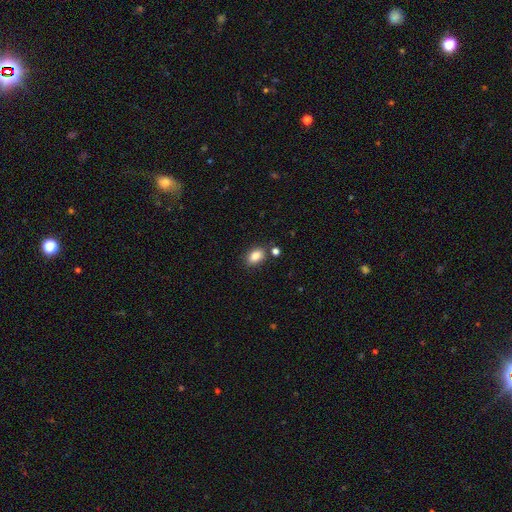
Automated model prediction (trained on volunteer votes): smooth-or-featured: smooth: 84% | star or artifact: 9% | featured or disk: 6%
  how-rounded: in between: 84% | round: 15% | cigar-shaped: 2%
  merging: none: 79% | minor disturbance: 11% | merger: 7% | major disturbance: 3%